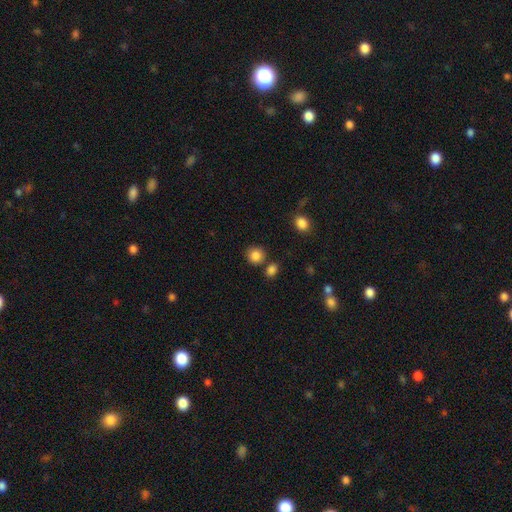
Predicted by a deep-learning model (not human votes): Morphology: type=smooth (86%); roundness=round (88%); merging=none (77%).